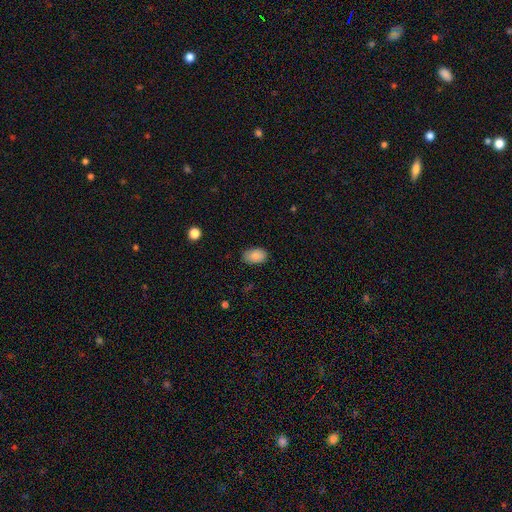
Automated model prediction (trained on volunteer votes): This is clearly a smooth galaxy (87%). How rounded: clearly in between (92%). Merging: clearly none (83%).